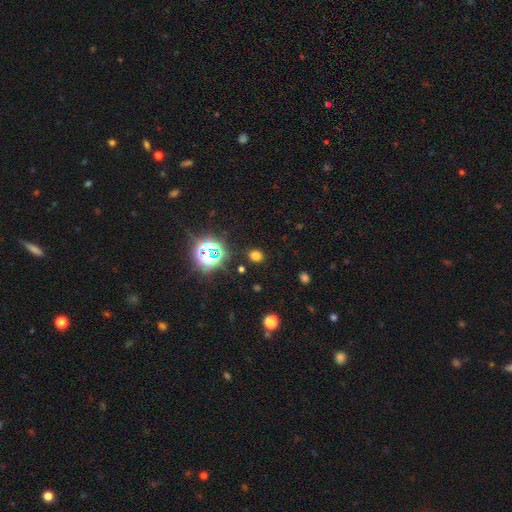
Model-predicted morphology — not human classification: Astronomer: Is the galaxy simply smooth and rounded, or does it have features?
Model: smooth — 65%.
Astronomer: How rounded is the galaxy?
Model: round — 54% (runner-up: in between, 44%).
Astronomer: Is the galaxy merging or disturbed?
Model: none — 86%.